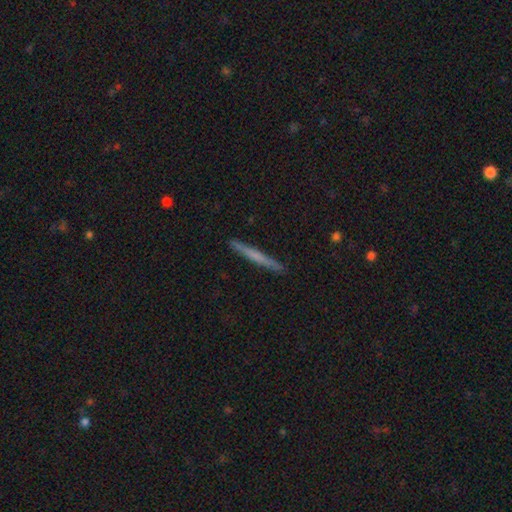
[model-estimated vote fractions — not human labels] Overall: smooth (51%; featured or disk 43%). How rounded: cigar-shaped (97%). Merging: none (92%).